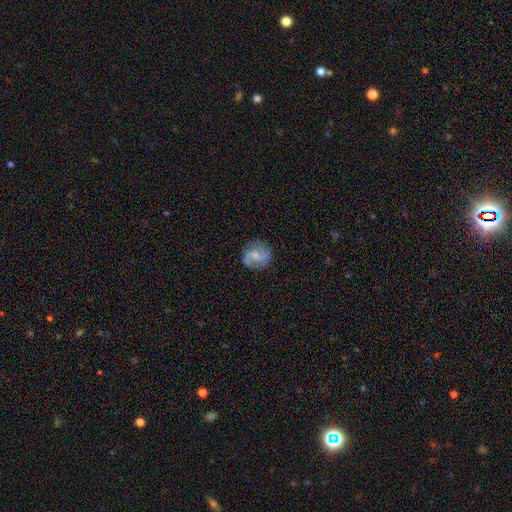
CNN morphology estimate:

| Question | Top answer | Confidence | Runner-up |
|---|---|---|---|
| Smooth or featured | featured or disk | 77% | smooth (17%) |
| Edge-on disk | no | 98% | yes (2%) |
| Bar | weak | 49% | no (41%) |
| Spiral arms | yes | 96% | no (4%) |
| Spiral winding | medium | 52% | loose (28%) |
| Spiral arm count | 2 | 86% | can't tell (5%) |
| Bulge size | small | 50% | moderate (27%) |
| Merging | none | 80% | minor disturbance (14%) |